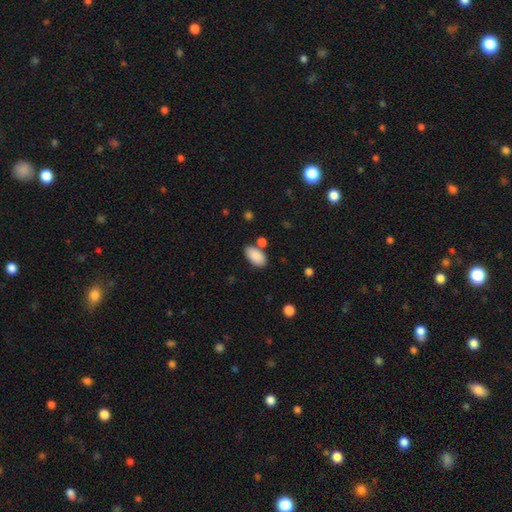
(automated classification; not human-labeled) Q: Smooth or featured?
A: smooth (89%); runner-up: star or artifact (7%)
Q: How rounded?
A: in between (95%); runner-up: round (3%)
Q: Merging?
A: none (75%); runner-up: minor disturbance (12%)